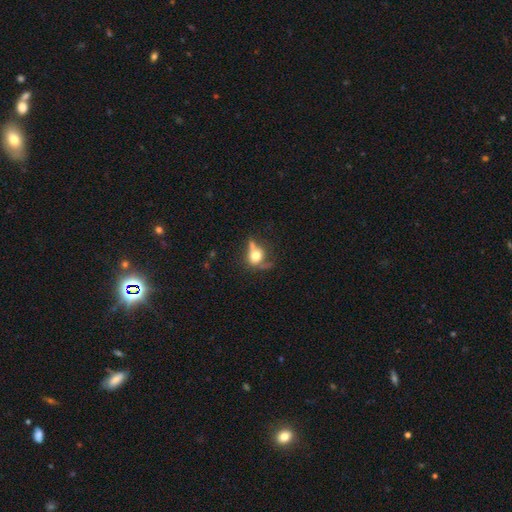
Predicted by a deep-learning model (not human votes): smooth-or-featured: smooth: 59% | featured or disk: 28% | star or artifact: 12%
  how-rounded: round: 55% | in between: 41% | cigar-shaped: 4%
  merging: none: 39% | minor disturbance: 22% | major disturbance: 20% | merger: 19%